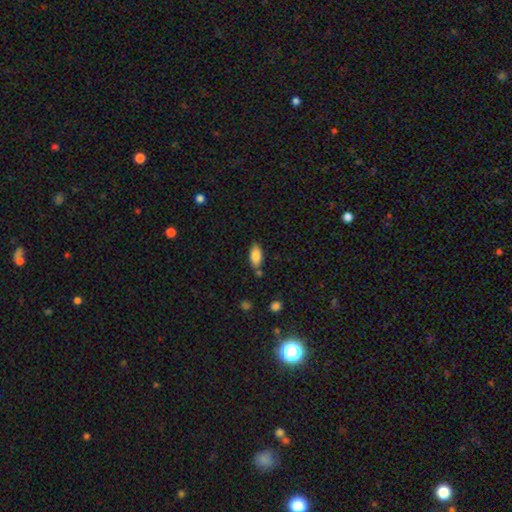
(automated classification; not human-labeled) Morphology: type=smooth (85%); roundness=in between (90%); merging=none (74%).